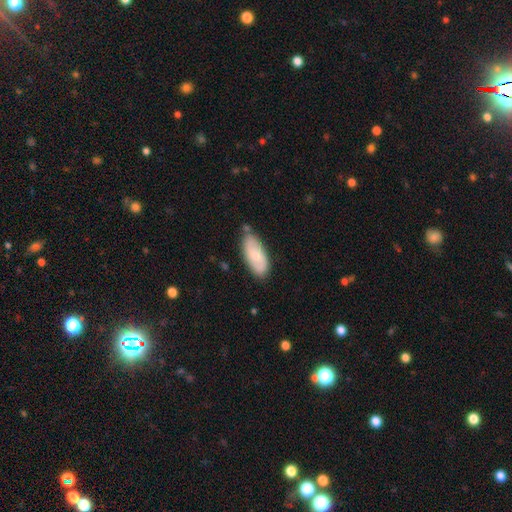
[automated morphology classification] Smooth or featured?
  - smooth: 68% *
  - featured or disk: 26%
  - star or artifact: 6%
How rounded?
  - in between: 81% *
  - cigar-shaped: 17%
  - round: 2%
Merging?
  - none: 69% *
  - minor disturbance: 21%
  - merger: 6%
  - major disturbance: 4%